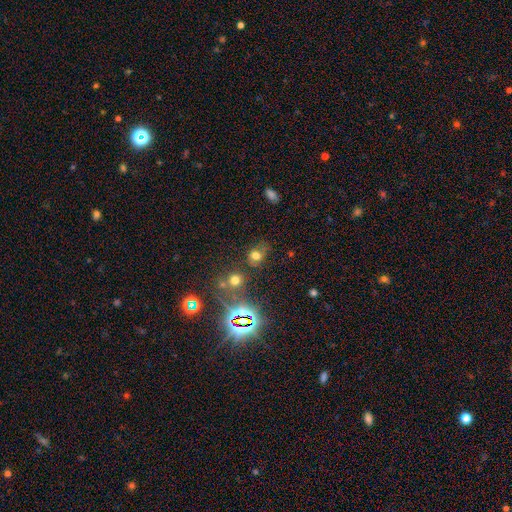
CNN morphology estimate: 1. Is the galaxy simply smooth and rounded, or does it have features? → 61% smooth, 28% star or artifact, 11% featured or disk.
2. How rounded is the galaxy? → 62% round, 37% in between, 1% cigar-shaped.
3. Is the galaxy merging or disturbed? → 58% none, 20% minor disturbance, 12% merger, 10% major disturbance.